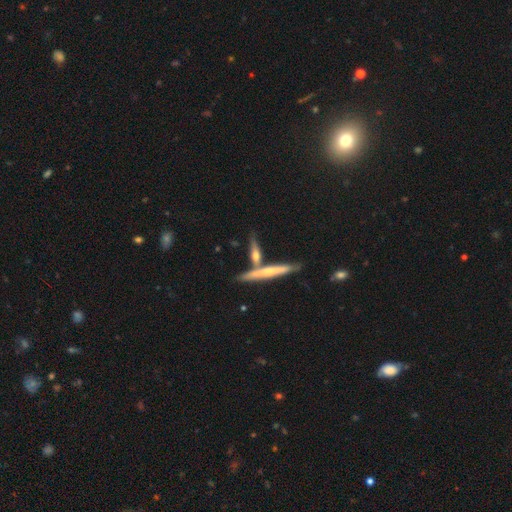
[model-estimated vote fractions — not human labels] smooth_or_featured: featured or disk (p=0.48) [alt: smooth p=0.46]
merging: none (p=0.61) [alt: merger p=0.25]